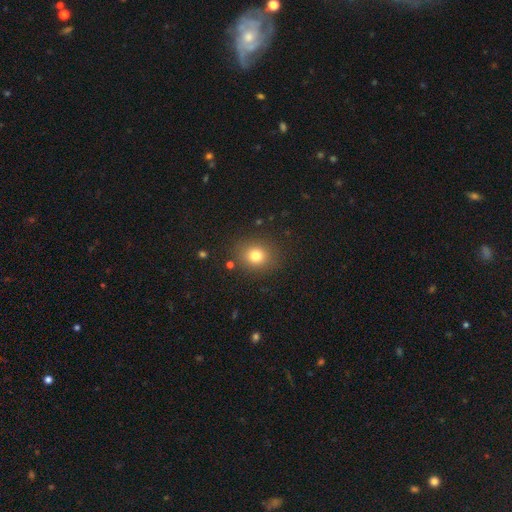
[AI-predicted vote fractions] smooth-or-featured: smooth: 78% | star or artifact: 13% | featured or disk: 8%
  how-rounded: round: 75% | in between: 24% | cigar-shaped: 1%
  merging: none: 86% | minor disturbance: 9% | major disturbance: 3% | merger: 2%